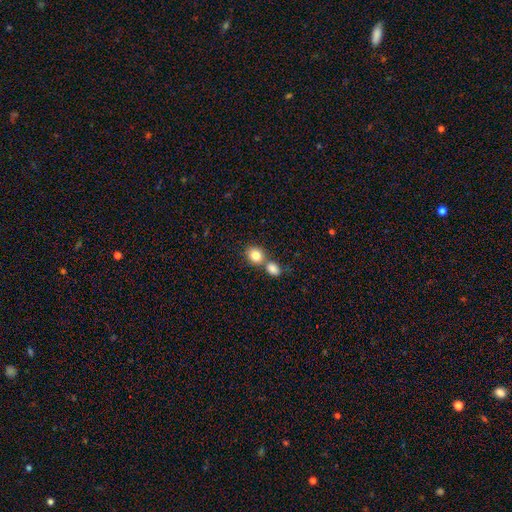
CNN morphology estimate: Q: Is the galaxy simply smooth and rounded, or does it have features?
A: smooth — 83%.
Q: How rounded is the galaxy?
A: round — 67%.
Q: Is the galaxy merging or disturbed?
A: merger — 46%.